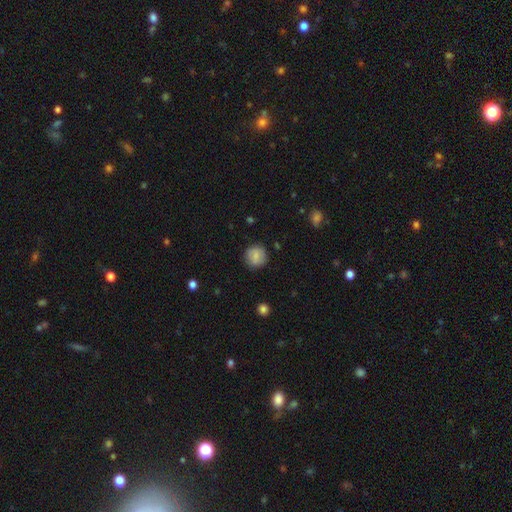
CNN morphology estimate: This appears to be a smooth galaxy with no disk features (81%) that is round (88%). Merging: none (85%).